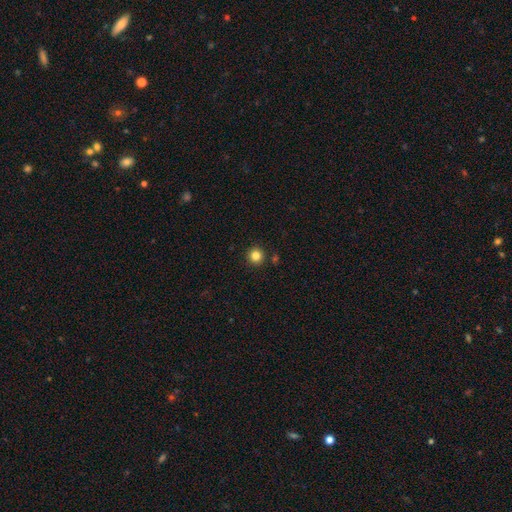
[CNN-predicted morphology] Smooth or featured? Predicted: smooth (p=0.84). How rounded? Predicted: round (p=0.95). Merging? Predicted: none (p=0.91).